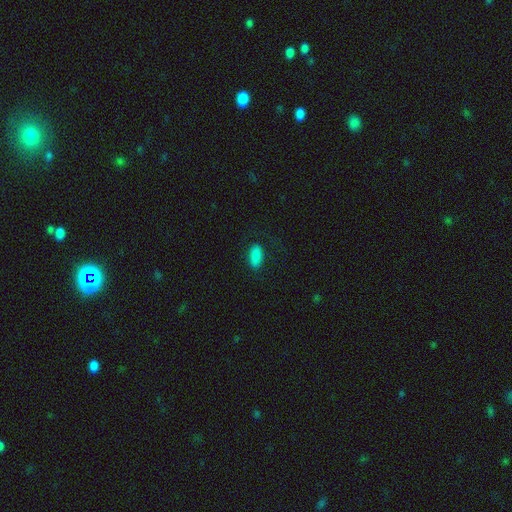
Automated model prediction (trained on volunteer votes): A smooth galaxy with no disk features (88%) that is in between round and cigar-shaped (90%).

Vote fractions:
- Smooth or featured? smooth: 88% / star or artifact: 8% / featured or disk: 5%
- How rounded? in between: 90% / cigar-shaped: 7% / round: 3%
- Merging? none: 83% / minor disturbance: 12% / major disturbance: 4% / merger: 1%